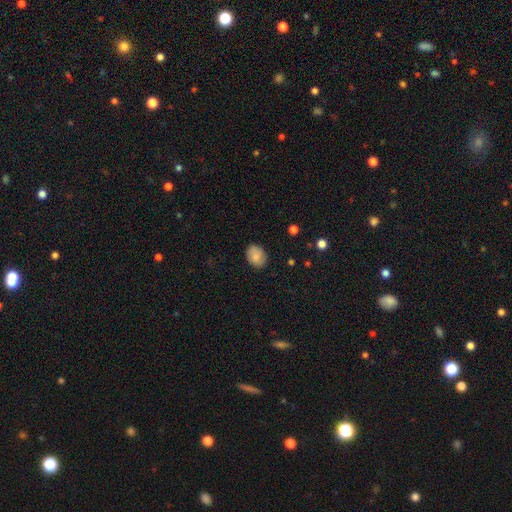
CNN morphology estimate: Q: Smooth or featured?
A: smooth (84%); runner-up: featured or disk (9%)
Q: How rounded?
A: in between (59%); runner-up: round (40%)
Q: Merging?
A: none (86%); runner-up: minor disturbance (11%)